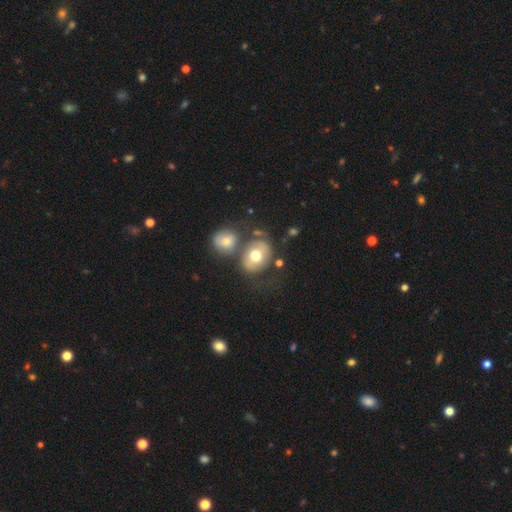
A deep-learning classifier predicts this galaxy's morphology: smooth 60%, featured or disk 32%, star or artifact 8%. Down the decision tree: how rounded — in between (55%); merging — none (49%).